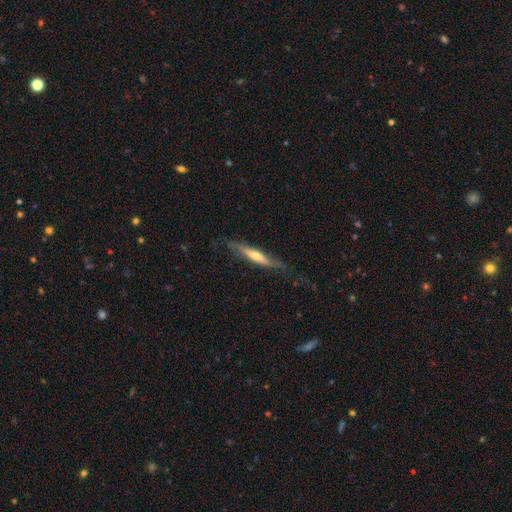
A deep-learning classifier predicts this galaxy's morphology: A featured or disk galaxy (58%) viewed edge-on (86%) with a rounded central bulge (69%).

Vote fractions:
- Smooth or featured? featured or disk: 58% / smooth: 36% / star or artifact: 6%
- Edge-on disk? yes: 86% / no: 14%
- Edge-on bulge? rounded: 69% / none: 23% / boxy: 8%
- Merging? none: 71% / minor disturbance: 21% / major disturbance: 7% / merger: 1%